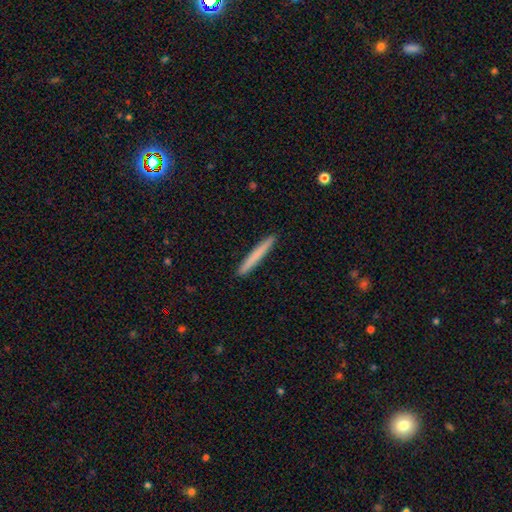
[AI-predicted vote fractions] Smooth or featured?
  - smooth: 72% *
  - featured or disk: 22%
  - star or artifact: 5%
How rounded?
  - cigar-shaped: 97% *
  - in between: 2%
  - round: 1%
Merging?
  - none: 93% *
  - minor disturbance: 5%
  - major disturbance: 1%
  - merger: 1%